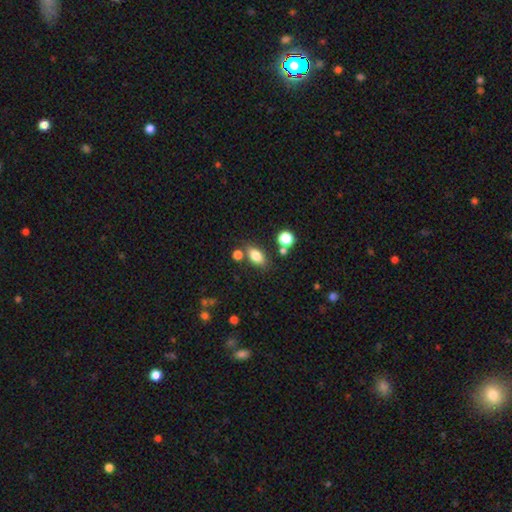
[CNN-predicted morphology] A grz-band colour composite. It shows a smooth galaxy with no disk features (81%) that is in between round and cigar-shaped (84%). Merging: none (73%).